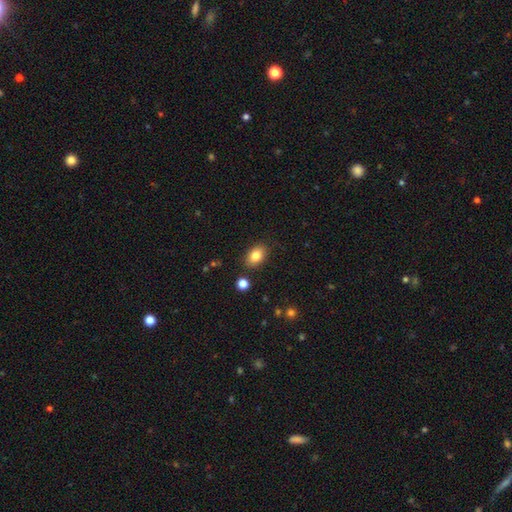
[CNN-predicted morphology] smooth_or_featured: smooth (p=0.83) [alt: star or artifact p=0.09]
how_rounded: in between (p=0.85) [alt: round p=0.14]
merging: none (p=0.85) [alt: minor disturbance p=0.10]